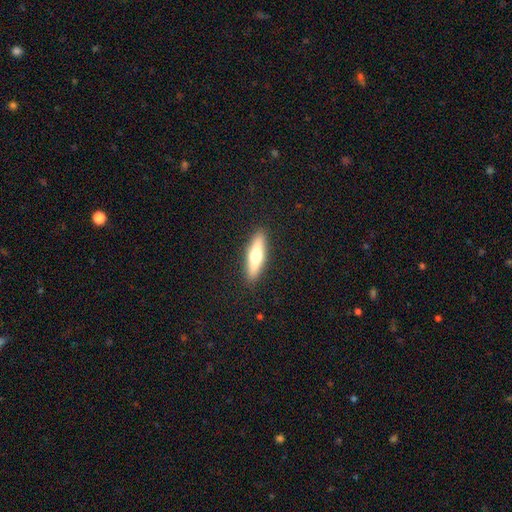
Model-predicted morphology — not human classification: This appears to be a smooth galaxy with no disk features (56%) that is cigar-shaped (66%). Merging: none (90%).